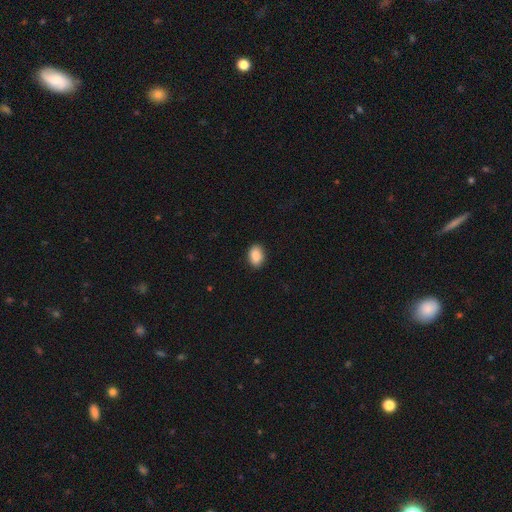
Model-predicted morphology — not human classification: This appears to be a smooth galaxy with no disk features (89%) that is in between round and cigar-shaped (84%). Merging: none (89%).